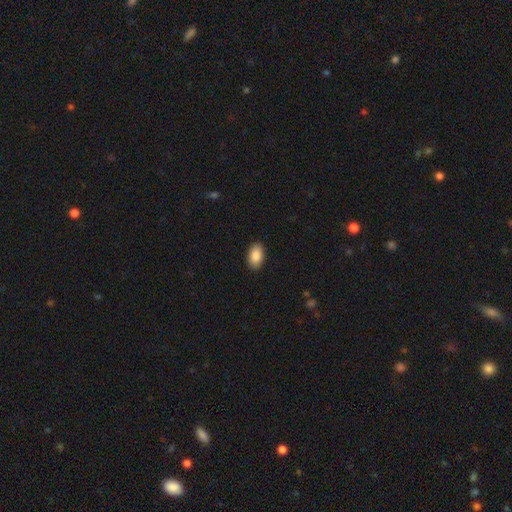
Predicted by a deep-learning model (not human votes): A smooth galaxy with no disk features (89%) that is in between round and cigar-shaped (93%).

Vote fractions:
- Smooth or featured? smooth: 89% / star or artifact: 7% / featured or disk: 5%
- How rounded? in between: 93% / round: 6% / cigar-shaped: 1%
- Merging? none: 89% / minor disturbance: 8% / major disturbance: 2% / merger: 1%